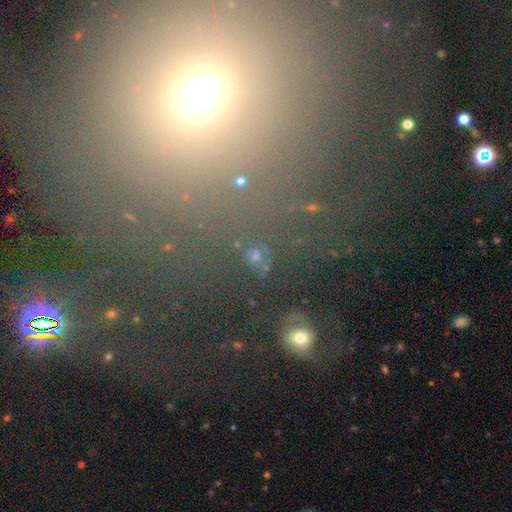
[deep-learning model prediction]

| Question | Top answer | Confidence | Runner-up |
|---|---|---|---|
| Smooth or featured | smooth | 45% | star or artifact (41%) |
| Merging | none | 73% | minor disturbance (12%) |